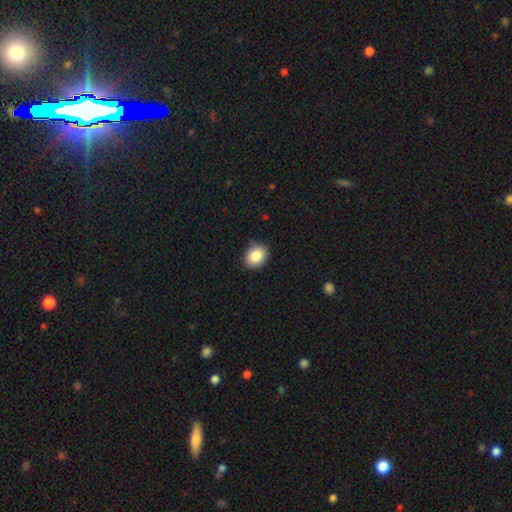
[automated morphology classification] Q: Smooth or featured?
A: smooth (85%); runner-up: star or artifact (9%)
Q: How rounded?
A: round (54%); runner-up: in between (45%)
Q: Merging?
A: none (84%); runner-up: minor disturbance (13%)